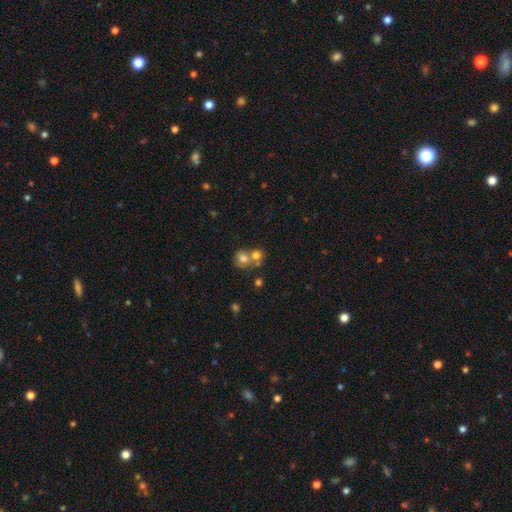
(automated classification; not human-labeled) This is likely a smooth galaxy (72%). How rounded: likely round (79%). Merging: possibly merger (53%).